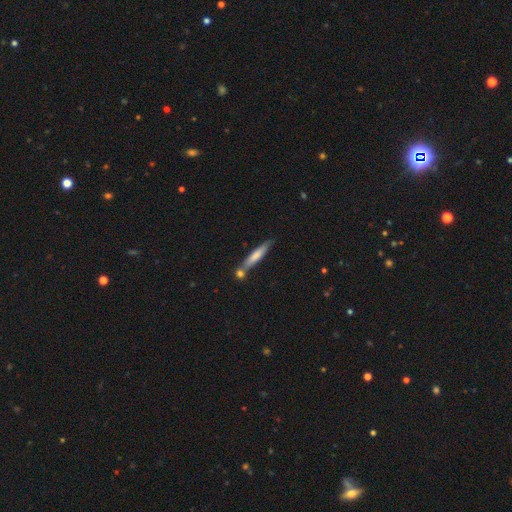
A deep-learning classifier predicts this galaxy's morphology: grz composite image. It shows a smooth galaxy with no disk features (64%) that is cigar-shaped (91%). Merging: none (63%).